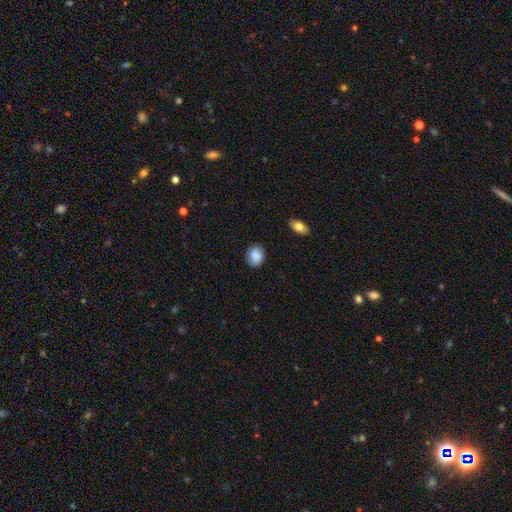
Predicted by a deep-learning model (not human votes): Overall: smooth (87%). How rounded: in between (53%; round 46%). Merging: none (84%).